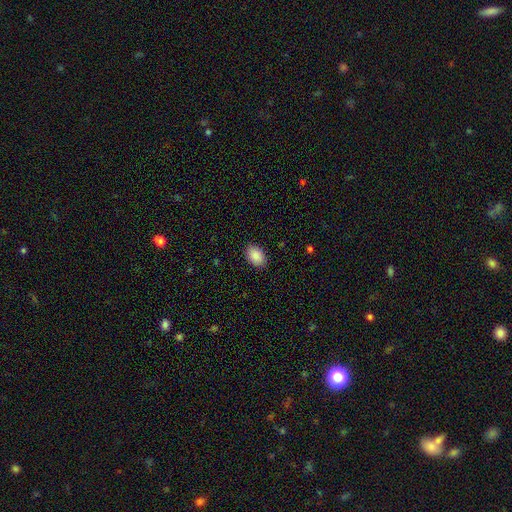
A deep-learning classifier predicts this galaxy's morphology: Smooth or featured? smooth (88%)
How rounded? in between (87%)
Merging? none (89%)